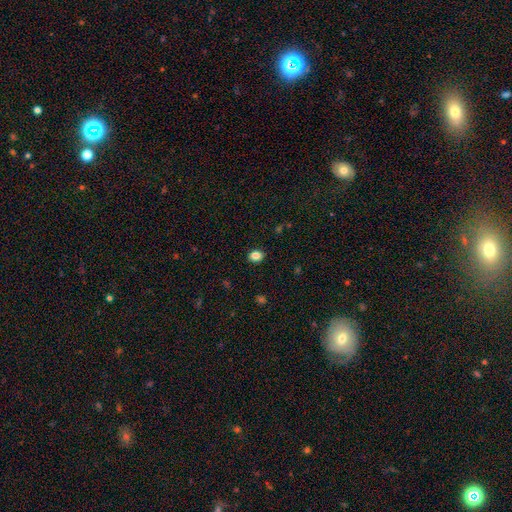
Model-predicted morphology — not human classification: smooth_or_featured: smooth (p=0.85) [alt: star or artifact p=0.10]
how_rounded: in between (p=0.51) [alt: round p=0.48]
merging: none (p=0.89) [alt: minor disturbance p=0.08]